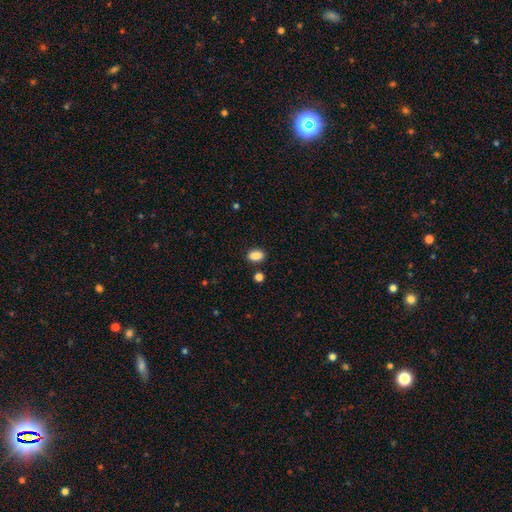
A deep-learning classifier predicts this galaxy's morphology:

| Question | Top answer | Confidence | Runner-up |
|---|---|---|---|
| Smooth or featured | smooth | 88% | star or artifact (9%) |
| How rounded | in between | 85% | round (13%) |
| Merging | none | 85% | minor disturbance (9%) |